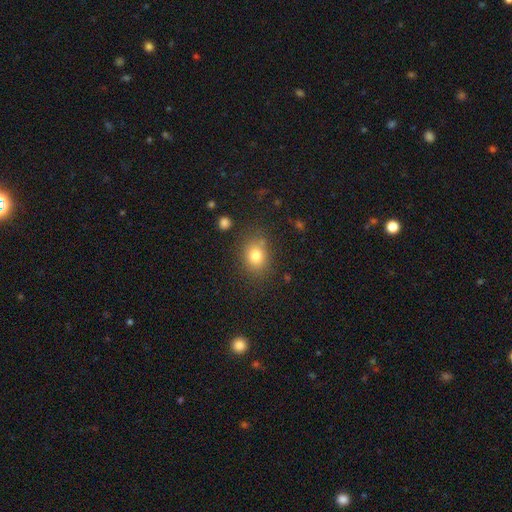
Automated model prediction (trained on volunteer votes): Smooth or featured? Predicted: smooth (p=0.79). How rounded? Predicted: round (p=0.52). Merging? Predicted: none (p=0.78).